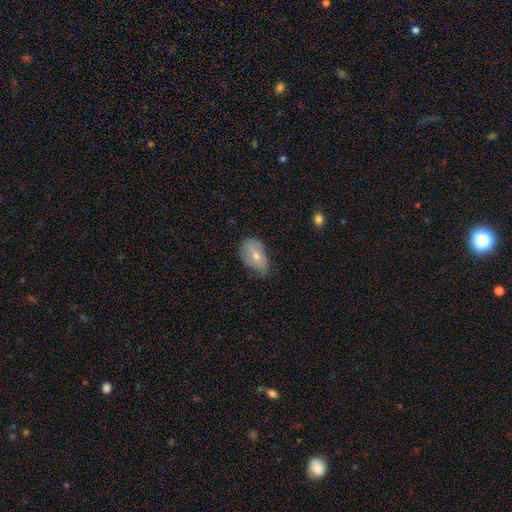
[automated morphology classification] Smooth or featured?
  - smooth: 63% *
  - featured or disk: 30%
  - star or artifact: 7%
How rounded?
  - in between: 87% *
  - round: 11%
  - cigar-shaped: 2%
Merging?
  - none: 52% *
  - minor disturbance: 37%
  - major disturbance: 9%
  - merger: 1%